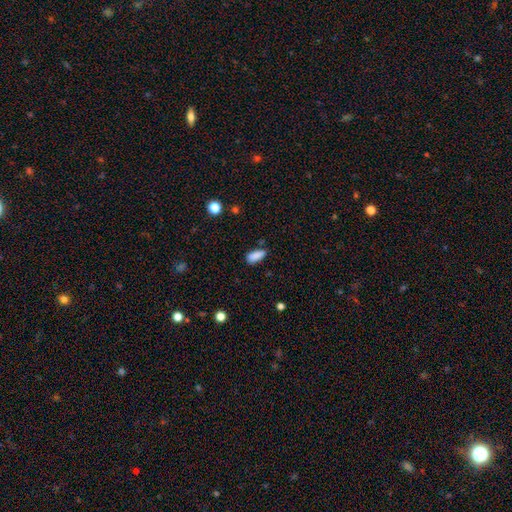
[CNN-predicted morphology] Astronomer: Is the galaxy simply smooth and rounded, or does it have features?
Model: smooth — 87%.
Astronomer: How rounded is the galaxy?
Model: in between — 83%.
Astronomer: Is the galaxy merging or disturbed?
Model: none — 74%.